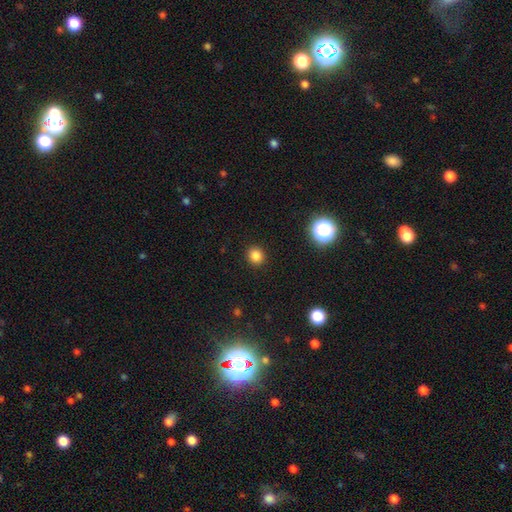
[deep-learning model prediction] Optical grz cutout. It shows a smooth galaxy with no disk features (83%) that is round (85%). Merging: none (92%).